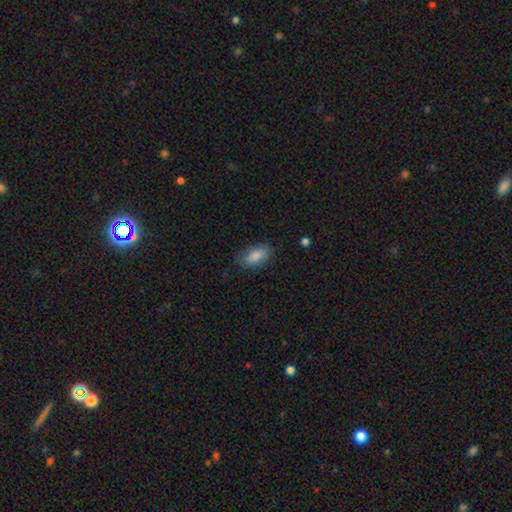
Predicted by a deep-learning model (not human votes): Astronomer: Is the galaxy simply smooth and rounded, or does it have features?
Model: smooth — 86%.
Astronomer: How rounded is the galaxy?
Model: in between — 90%.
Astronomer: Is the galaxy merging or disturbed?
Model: none — 76%.